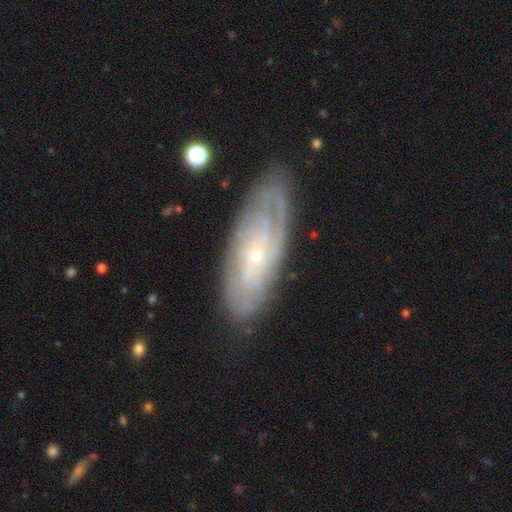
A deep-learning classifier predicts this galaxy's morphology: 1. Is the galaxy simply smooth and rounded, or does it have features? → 80% featured or disk, 14% smooth, 6% star or artifact.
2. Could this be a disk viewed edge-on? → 88% no, 12% yes.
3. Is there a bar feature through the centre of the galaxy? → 72% no, 22% weak, 6% strong.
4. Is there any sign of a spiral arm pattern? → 91% yes, 9% no.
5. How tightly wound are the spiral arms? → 71% tight, 23% medium, 6% loose.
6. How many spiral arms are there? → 50% can't tell, 18% 2, 12% 3, 9% 4, 6% more than 4, 5% 1.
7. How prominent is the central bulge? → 78% small, 19% moderate, 1% none, 1% large, 1% dominant.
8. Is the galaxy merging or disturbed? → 78% none, 16% minor disturbance, 4% major disturbance, 1% merger.